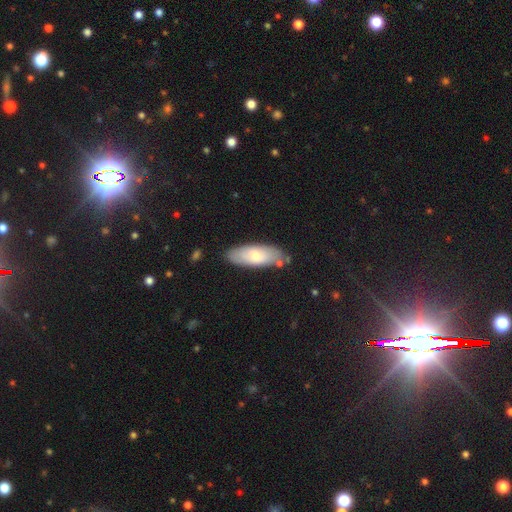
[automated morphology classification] Smooth or featured?
  - smooth: 67% *
  - featured or disk: 27%
  - star or artifact: 6%
How rounded?
  - in between: 72% *
  - cigar-shaped: 26%
  - round: 2%
Merging?
  - none: 77% *
  - minor disturbance: 15%
  - merger: 4%
  - major disturbance: 3%